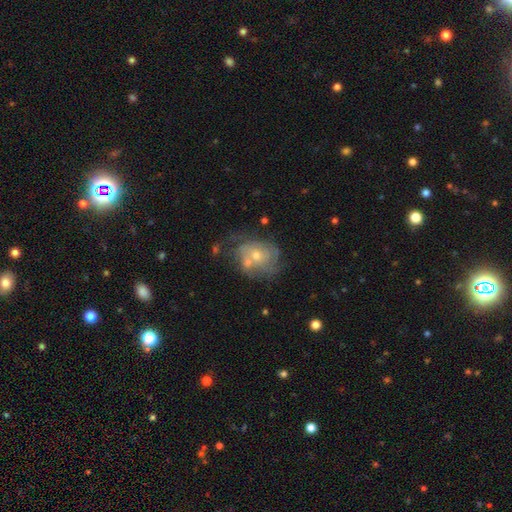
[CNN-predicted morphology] featured or disk 71%, smooth 20%, star or artifact 10%. Down the decision tree: edge-on disk — no (97%); bar — no (77%); spiral arms — yes (80%); spiral arm count — can't tell (49%); spiral winding — tight (53%); bulge size — moderate (48%); merging — none (46%).